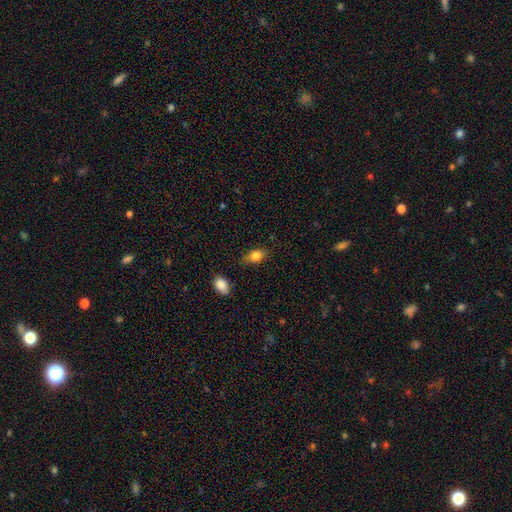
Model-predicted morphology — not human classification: Smooth or featured? Predicted: smooth (p=0.82). How rounded? Predicted: in between (p=0.84). Merging? Predicted: none (p=0.78).